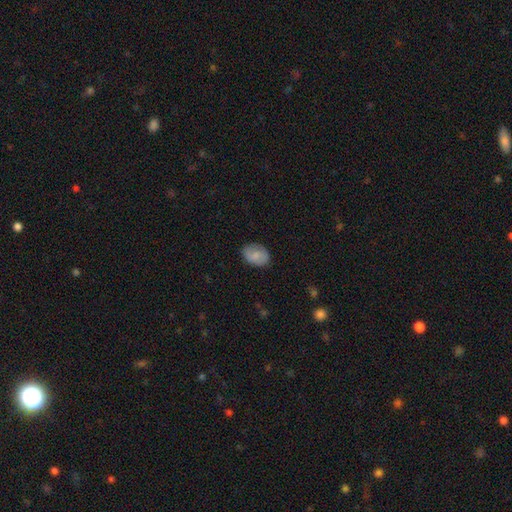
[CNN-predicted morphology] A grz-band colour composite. It shows a smooth galaxy with no disk features (77%) that is in between round and cigar-shaped (76%). Merging: none (80%).